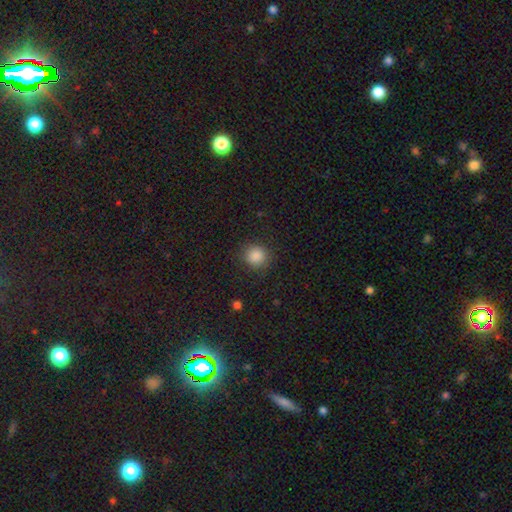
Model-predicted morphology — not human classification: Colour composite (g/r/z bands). It shows a smooth galaxy with no disk features (86%) that is round (90%). Merging: none (88%).